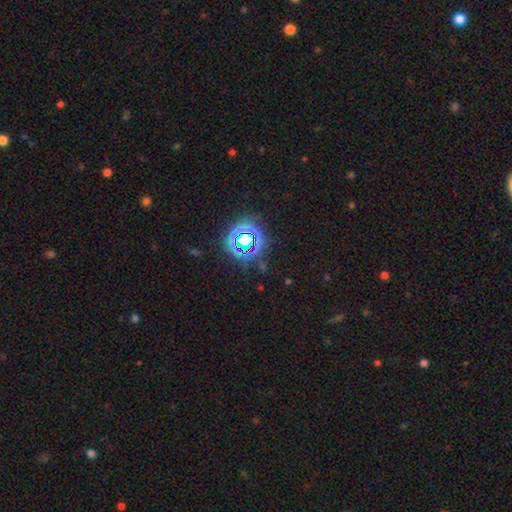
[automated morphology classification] smooth_or_featured: star or artifact (p=0.69) [alt: smooth p=0.25]